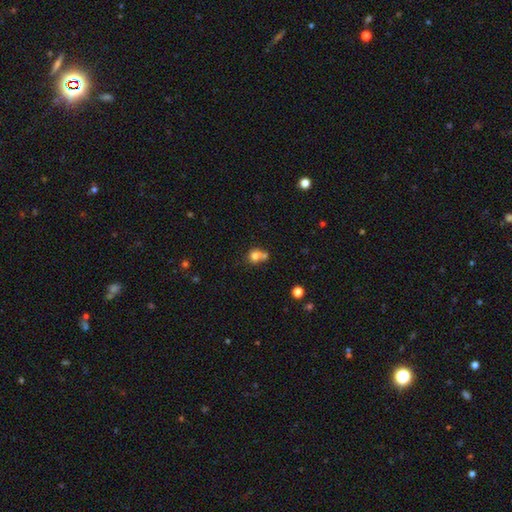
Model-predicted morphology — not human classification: Overall: smooth (74%). How rounded: round (73%). Merging: merger (47%; none 36%).